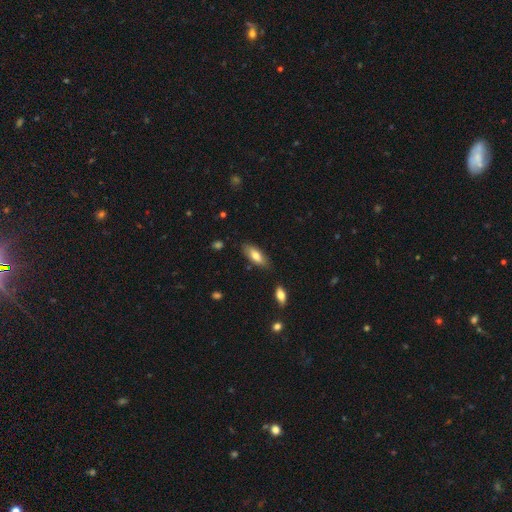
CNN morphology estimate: Overall: smooth (75%). How rounded: in between (74%). Merging: none (80%).